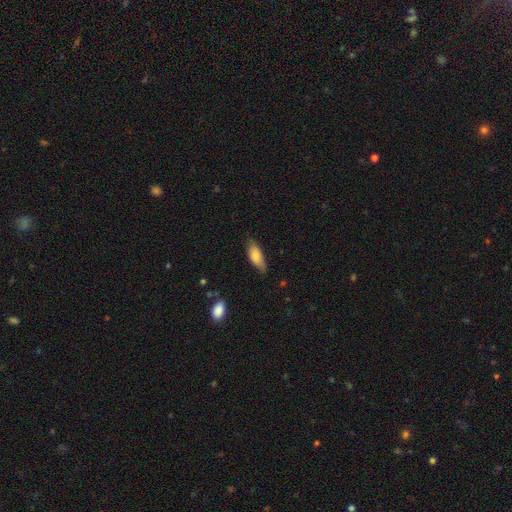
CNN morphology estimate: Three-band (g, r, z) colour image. It shows a smooth galaxy with no disk features (77%) that is in between round and cigar-shaped (74%). Merging: none (72%).